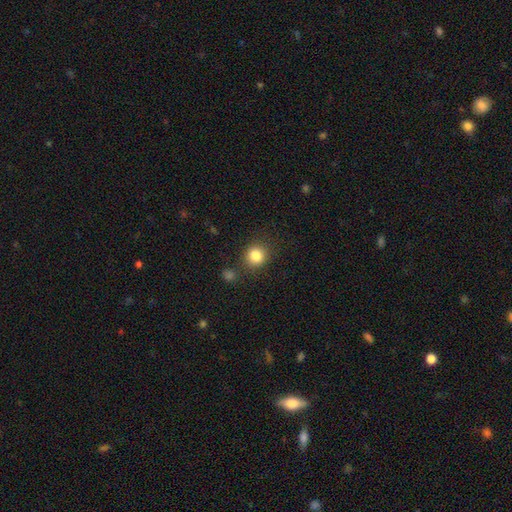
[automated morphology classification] Overall: smooth (83%). How rounded: round (86%). Merging: none (81%).